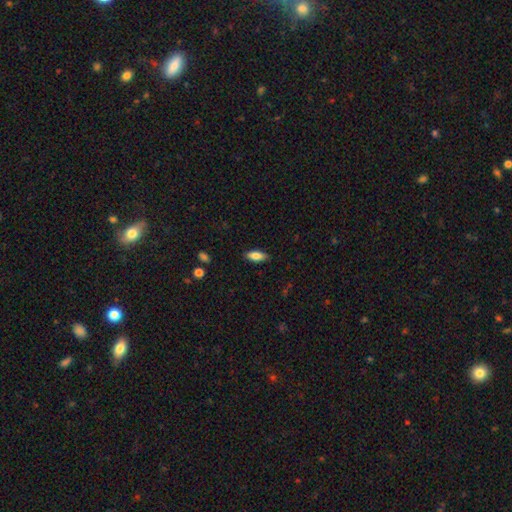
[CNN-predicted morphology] Smooth or featured? Predicted: smooth (p=0.77). How rounded? Predicted: in between (p=0.75). Merging? Predicted: none (p=0.85).